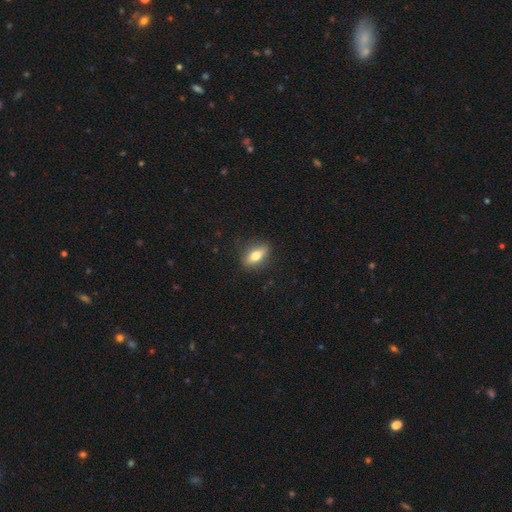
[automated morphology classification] This appears to be a smooth galaxy with no disk features (67%) that is in between round and cigar-shaped (71%). Merging: none (84%).